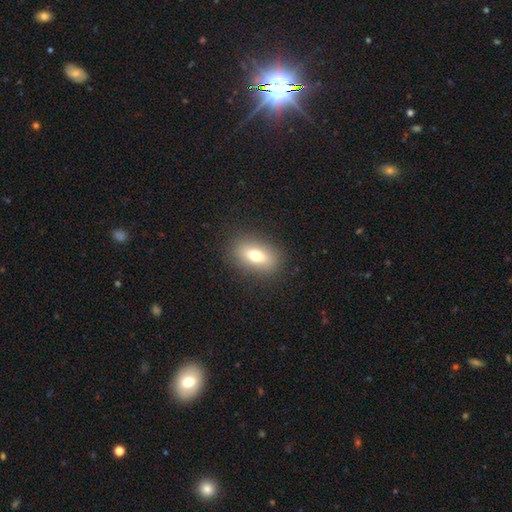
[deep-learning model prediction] Smooth or featured?
  - smooth: 69% *
  - featured or disk: 21%
  - star or artifact: 10%
How rounded?
  - in between: 77% *
  - round: 15%
  - cigar-shaped: 8%
Merging?
  - none: 87% *
  - minor disturbance: 8%
  - major disturbance: 3%
  - merger: 1%